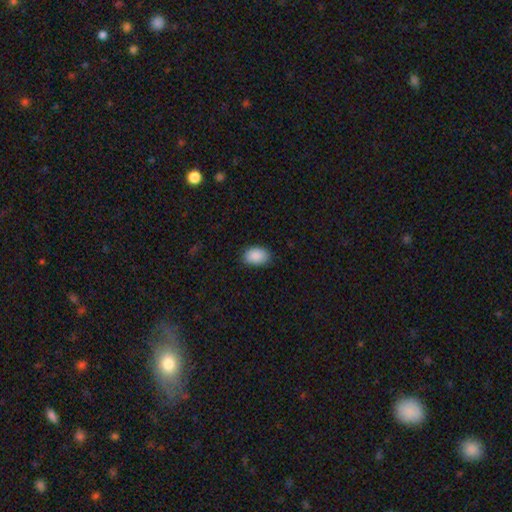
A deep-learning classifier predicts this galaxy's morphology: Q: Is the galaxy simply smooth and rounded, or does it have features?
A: smooth — 90%.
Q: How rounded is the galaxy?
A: in between — 86%.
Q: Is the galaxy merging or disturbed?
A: none — 85%.